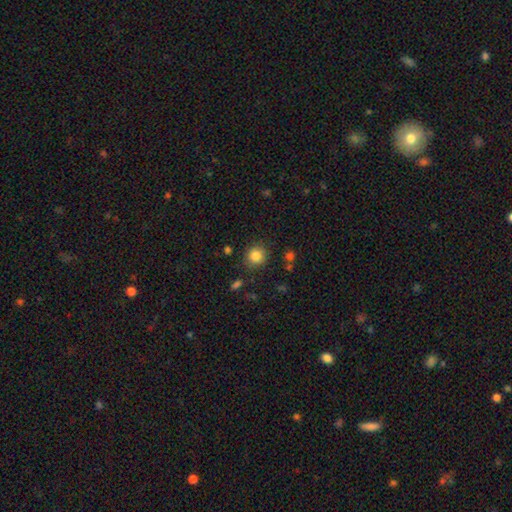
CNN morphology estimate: Smooth or featured? Predicted: smooth (p=0.84). How rounded? Predicted: round (p=0.90). Merging? Predicted: none (p=0.86).